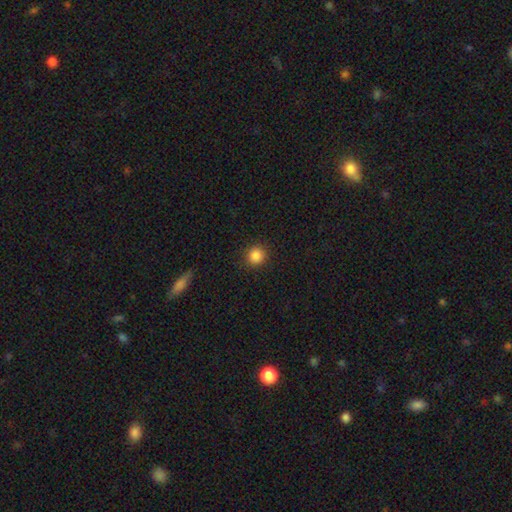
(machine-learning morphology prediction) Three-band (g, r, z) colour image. It shows a smooth galaxy with no disk features (86%) that is round (92%). Merging: none (90%).